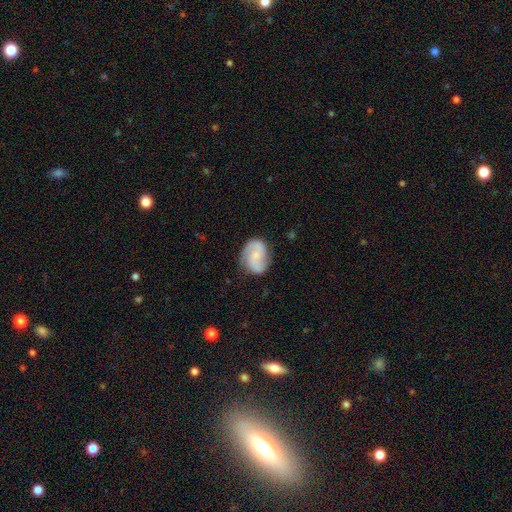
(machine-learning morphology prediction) Overall: featured or disk (74%). Edge-on disk: no (98%). Bar: no (56%; weak 37%). Spiral arms: yes (95%). Spiral arm count: 2 (89%). Spiral winding: medium (50%; tight 26%). Bulge size: small (48%; moderate 26%). Merging: none (76%).